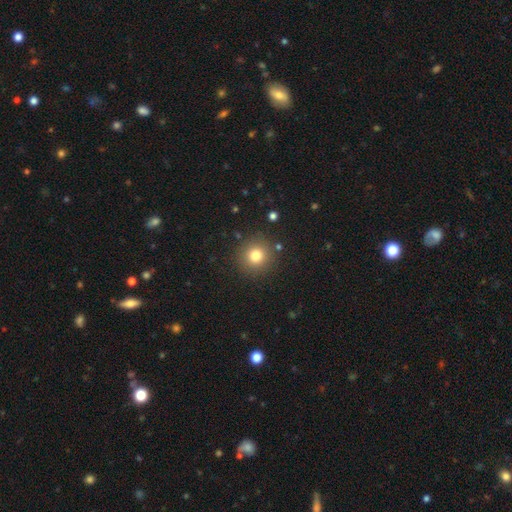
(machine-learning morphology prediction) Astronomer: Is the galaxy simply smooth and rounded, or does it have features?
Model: smooth — 79%.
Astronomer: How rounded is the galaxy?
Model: round — 93%.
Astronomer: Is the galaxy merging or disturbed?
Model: none — 88%.